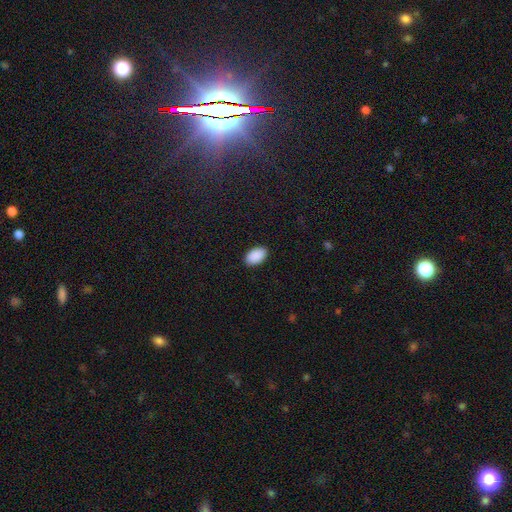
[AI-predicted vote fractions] smooth-or-featured: smooth: 91% | star or artifact: 7% | featured or disk: 2%
  how-rounded: in between: 94% | round: 5% | cigar-shaped: 1%
  merging: none: 90% | minor disturbance: 7% | major disturbance: 2% | merger: 1%